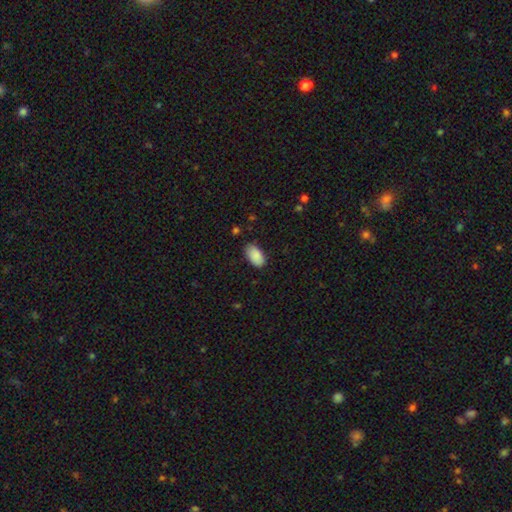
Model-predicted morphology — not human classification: Q: Smooth or featured?
A: smooth (89%); runner-up: star or artifact (7%)
Q: How rounded?
A: in between (95%); runner-up: round (3%)
Q: Merging?
A: none (82%); runner-up: minor disturbance (14%)